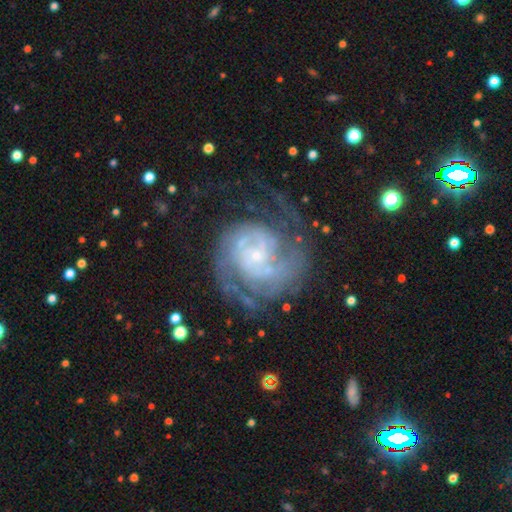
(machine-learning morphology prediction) smooth_or_featured: featured or disk (p=0.86) [alt: smooth p=0.08]
disk_edge_on: no (p=0.98) [alt: yes p=0.02]
bar: no (p=0.68) [alt: weak p=0.26]
has_spiral_arms: yes (p=0.94) [alt: no p=0.06]
spiral_winding: tight (p=0.52) [alt: medium p=0.35]
spiral_arm_count: 2 (p=0.40) [alt: can't tell p=0.25]
bulge_size: small (p=0.75) [alt: moderate p=0.14]
merging: none (p=0.55) [alt: major disturbance p=0.24]